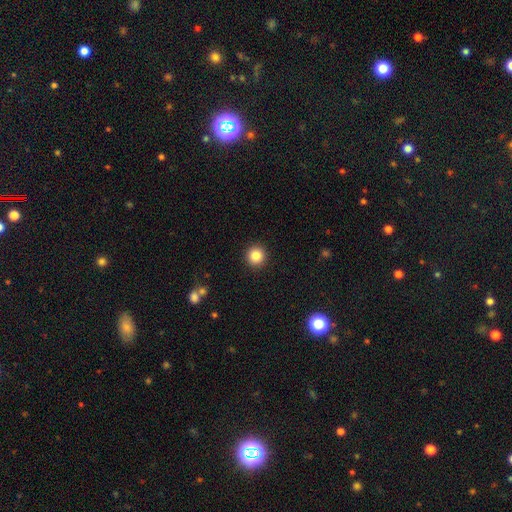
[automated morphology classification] The model was most divided on "smooth or featured": smooth: 85%, star or artifact: 10%, featured or disk: 5%. More confident: how rounded — round (95%); merging — none (93%).